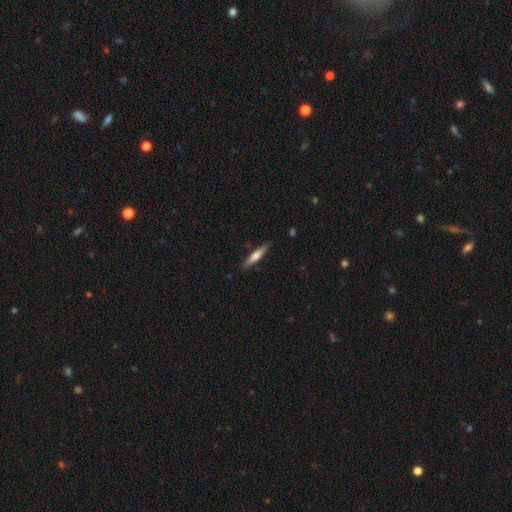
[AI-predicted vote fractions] This appears to be a smooth galaxy with no disk features (50%). Merging: none (88%).